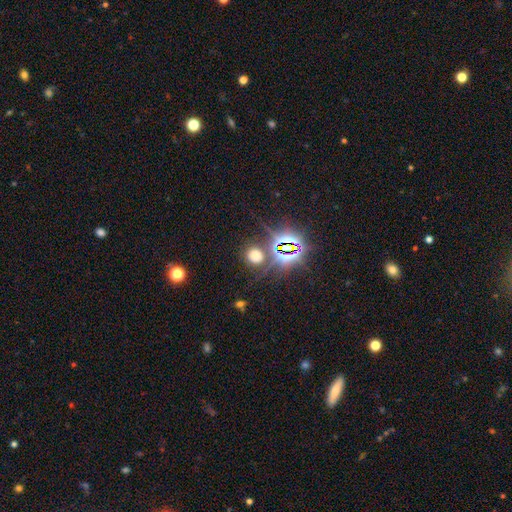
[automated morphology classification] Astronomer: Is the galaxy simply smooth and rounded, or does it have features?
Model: smooth — 51% (runner-up: star or artifact, 42%).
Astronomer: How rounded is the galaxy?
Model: round — 78%.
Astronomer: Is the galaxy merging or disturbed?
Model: none — 78%.